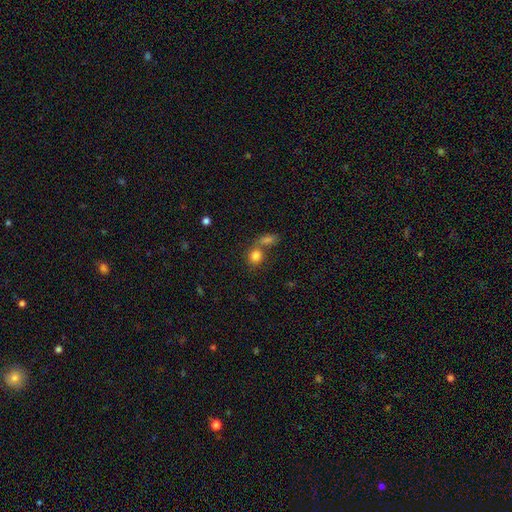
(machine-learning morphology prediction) Smooth or featured: smooth — 81% (star or artifact — 11%)
How rounded: round — 63% (in between — 36%)
Merging: none — 44% (merger — 42%)